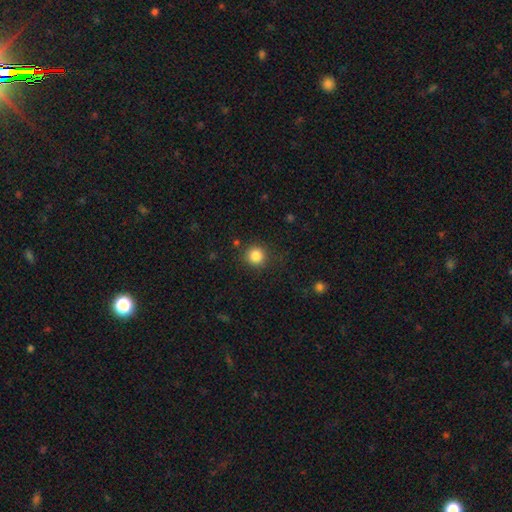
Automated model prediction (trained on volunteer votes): Smooth or featured? Predicted: smooth (p=0.85). How rounded? Predicted: round (p=0.93). Merging? Predicted: none (p=0.87).